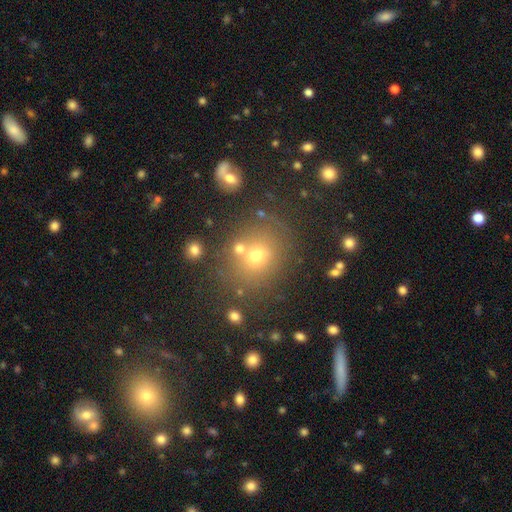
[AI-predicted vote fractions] A smooth galaxy with no disk features (65%) that is round (69%). Merging: none (68%).